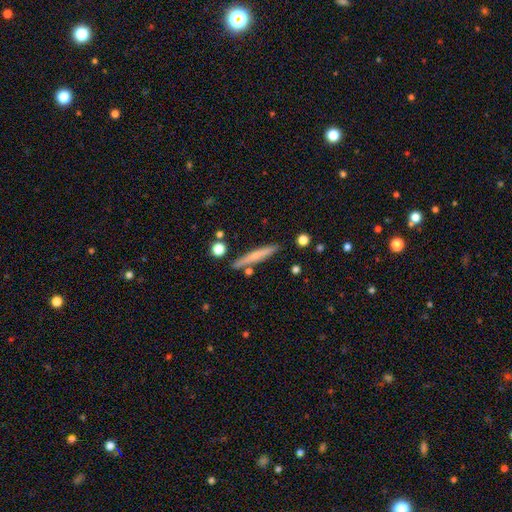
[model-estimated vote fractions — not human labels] Smooth or featured: smooth — 58% (featured or disk — 35%)
How rounded: cigar-shaped — 95% (in between — 4%)
Merging: none — 84% (minor disturbance — 9%)